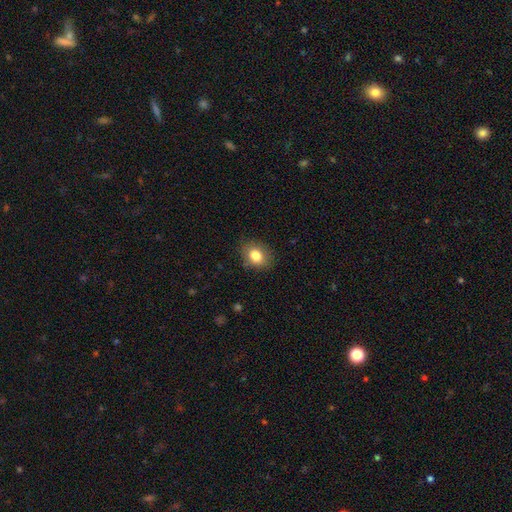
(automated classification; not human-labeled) smooth_or_featured: smooth (p=0.81) [alt: star or artifact p=0.10]
how_rounded: in between (p=0.53) [alt: round p=0.46]
merging: none (p=0.84) [alt: minor disturbance p=0.12]